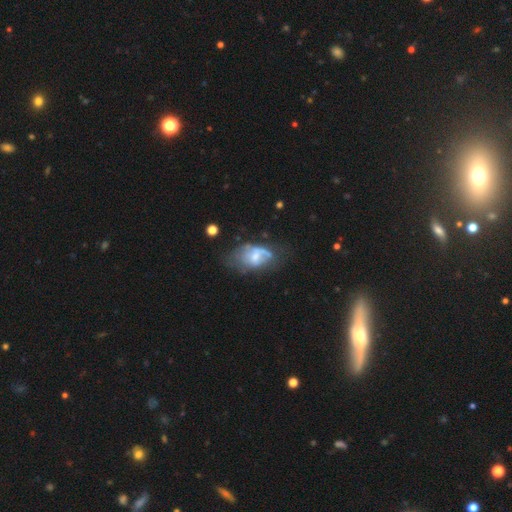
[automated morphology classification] smooth_or_featured: featured or disk (p=0.52) [alt: smooth p=0.39]
disk_edge_on: no (p=0.95) [alt: yes p=0.05]
merging: major disturbance (p=0.32) [tied with: none p=0.32]